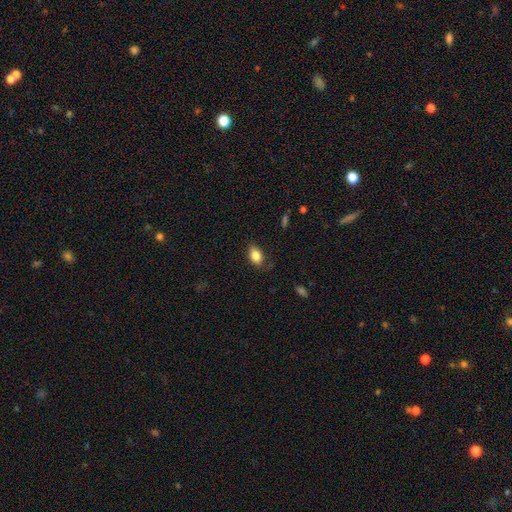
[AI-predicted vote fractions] Smooth or featured? smooth (84%)
How rounded? in between (86%)
Merging? none (75%)